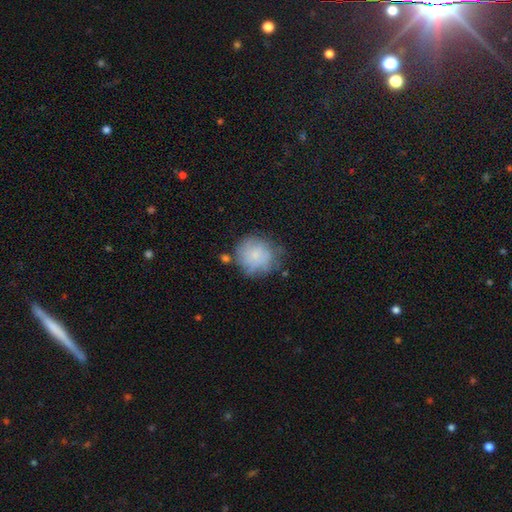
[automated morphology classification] smooth 69%, featured or disk 23%, star or artifact 8%. Down the decision tree: how rounded — round (85%); merging — none (59%).